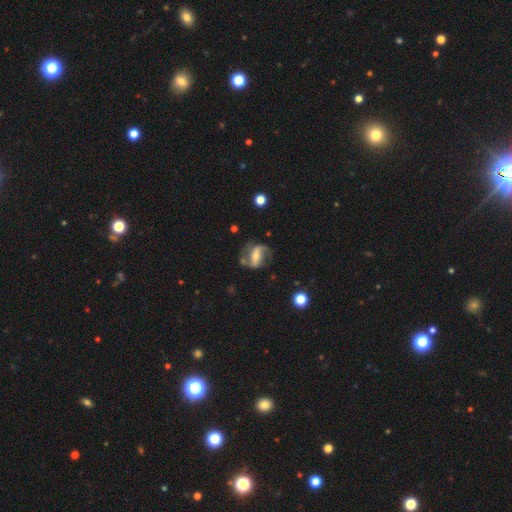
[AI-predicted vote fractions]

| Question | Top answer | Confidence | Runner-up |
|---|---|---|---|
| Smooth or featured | featured or disk | 82% | smooth (12%) |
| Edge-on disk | no | 95% | yes (5%) |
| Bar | strong | 53% | weak (29%) |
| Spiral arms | yes | 92% | no (8%) |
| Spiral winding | loose | 49% | medium (37%) |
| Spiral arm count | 2 | 85% | 1 (8%) |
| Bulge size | moderate | 50% | small (42%) |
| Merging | none | 67% | minor disturbance (18%) |